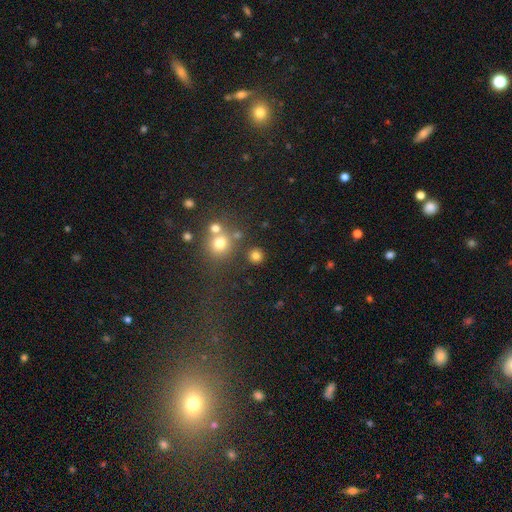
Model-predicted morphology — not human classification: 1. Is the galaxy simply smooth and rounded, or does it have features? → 77% smooth, 17% star or artifact, 6% featured or disk.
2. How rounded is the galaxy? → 92% round, 7% in between, 1% cigar-shaped.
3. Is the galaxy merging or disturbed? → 83% none, 8% merger, 6% minor disturbance, 3% major disturbance.